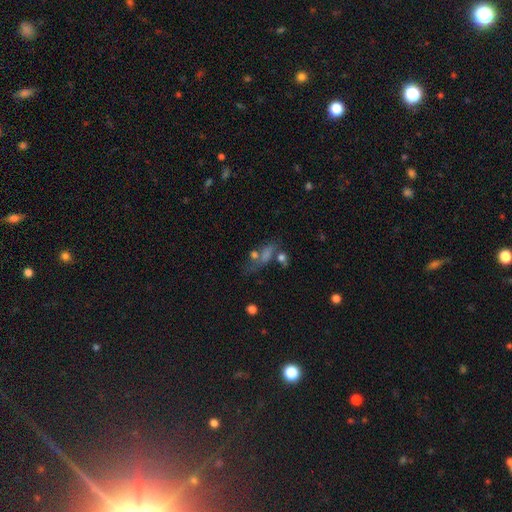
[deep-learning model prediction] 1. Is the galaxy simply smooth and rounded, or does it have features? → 43% smooth, 30% star or artifact, 28% featured or disk.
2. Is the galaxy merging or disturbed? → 39% none, 23% merger, 20% major disturbance, 17% minor disturbance.